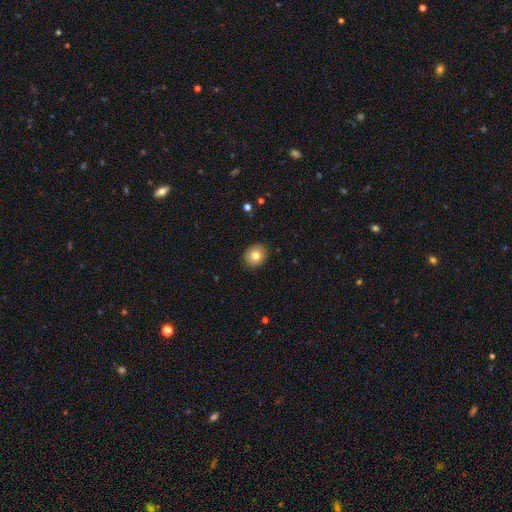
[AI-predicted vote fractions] smooth-or-featured: smooth: 79% | featured or disk: 12% | star or artifact: 9%
  how-rounded: round: 78% | in between: 21% | cigar-shaped: 1%
  merging: none: 90% | minor disturbance: 8% | major disturbance: 2% | merger: 1%